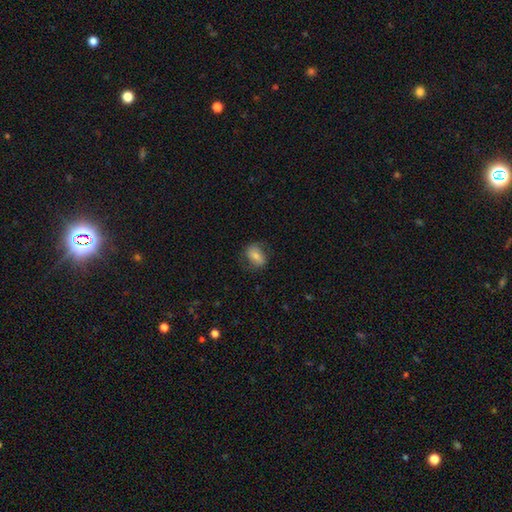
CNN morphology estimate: Smooth or featured? Predicted: smooth (p=0.63). How rounded? Predicted: in between (p=0.71). Merging? Predicted: none (p=0.70).